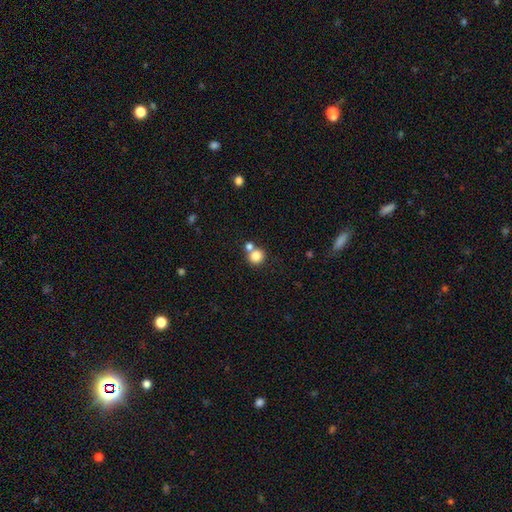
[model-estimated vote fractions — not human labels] The model was most divided on "merging": none: 57%, merger: 32%, minor disturbance: 7%, major disturbance: 3%. More confident: how rounded — round (89%); smooth or featured — smooth (82%).